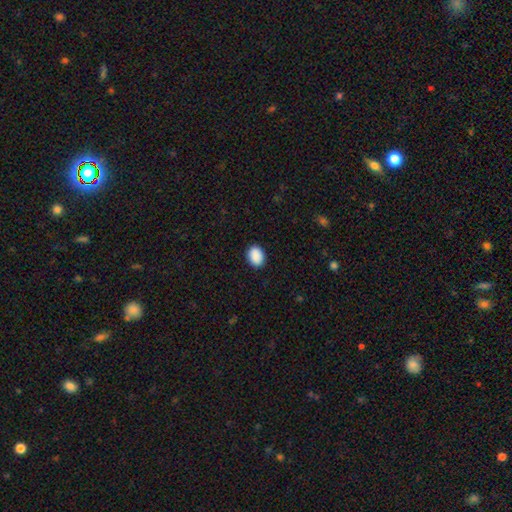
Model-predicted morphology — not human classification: type=smooth (91%); roundness=in between (68%); merging=none (90%).